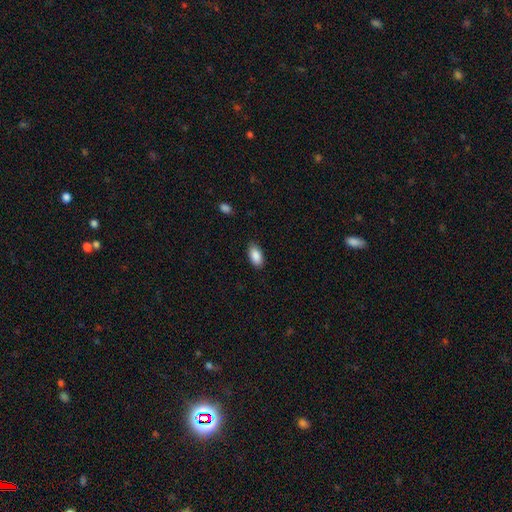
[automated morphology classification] Smooth or featured? Predicted: smooth (p=0.89). How rounded? Predicted: in between (p=0.93). Merging? Predicted: none (p=0.85).